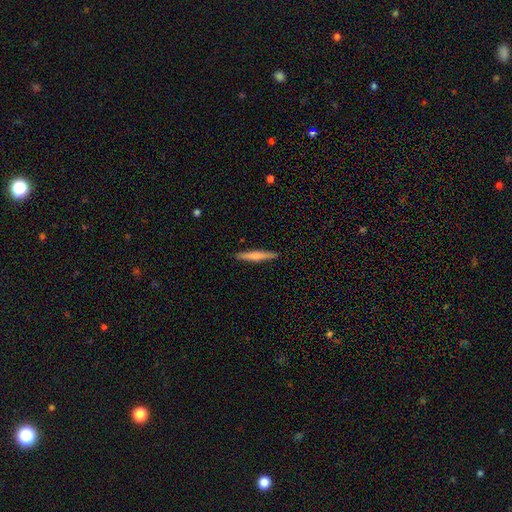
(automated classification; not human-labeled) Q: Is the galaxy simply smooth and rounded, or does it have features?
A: smooth — 63%.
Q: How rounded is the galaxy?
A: cigar-shaped — 95%.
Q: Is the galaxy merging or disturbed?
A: none — 91%.